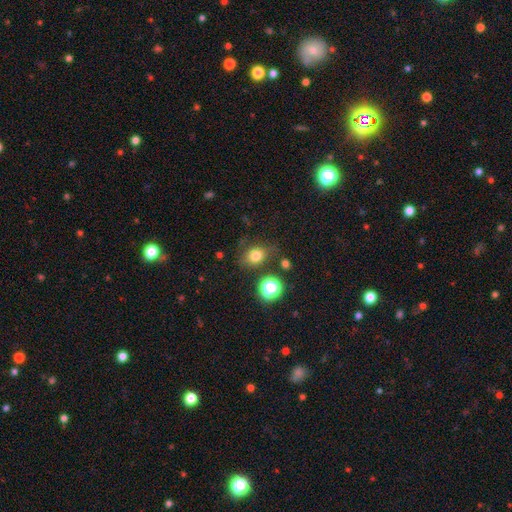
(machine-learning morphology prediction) type=smooth (76%); roundness=in between (49%, tied with round); merging=none (71%).